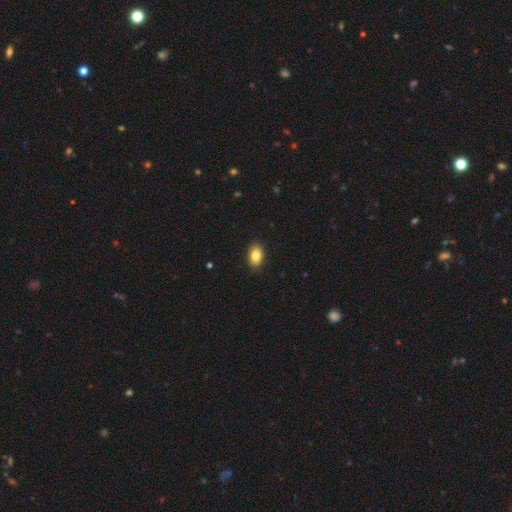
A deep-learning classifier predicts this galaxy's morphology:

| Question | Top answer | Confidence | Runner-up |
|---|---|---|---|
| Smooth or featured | smooth | 84% | star or artifact (8%) |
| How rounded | in between | 85% | round (14%) |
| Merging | none | 89% | minor disturbance (8%) |